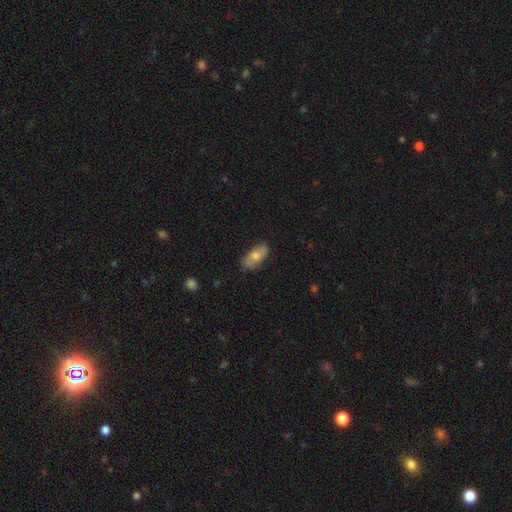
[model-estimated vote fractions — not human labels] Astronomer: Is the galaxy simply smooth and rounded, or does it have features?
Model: smooth — 65%.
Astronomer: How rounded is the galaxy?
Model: in between — 89%.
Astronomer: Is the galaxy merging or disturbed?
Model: none — 78%.